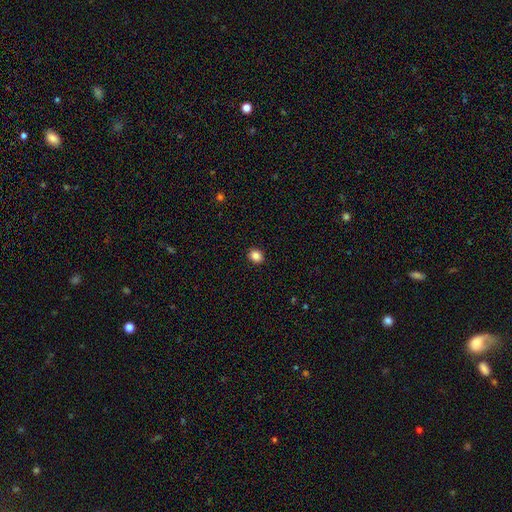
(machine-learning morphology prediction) Q: Smooth or featured?
A: smooth (86%); runner-up: star or artifact (10%)
Q: How rounded?
A: round (60%); runner-up: in between (39%)
Q: Merging?
A: none (91%); runner-up: minor disturbance (6%)